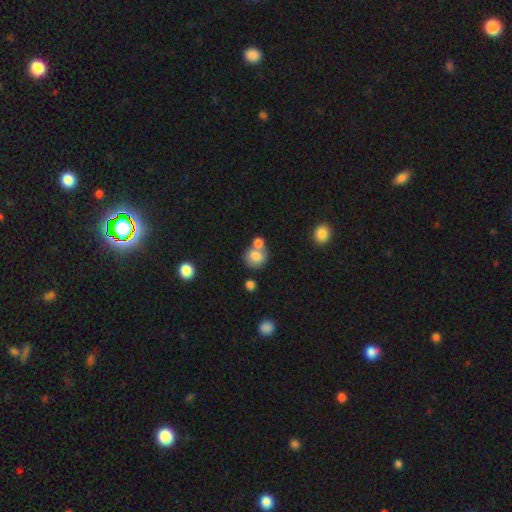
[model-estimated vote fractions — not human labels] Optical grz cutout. It shows a smooth galaxy with no disk features (79%) that is round (76%). Merging: none (44%).